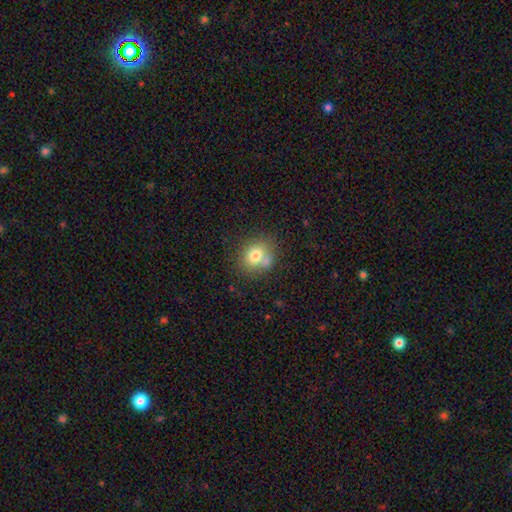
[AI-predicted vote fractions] This is likely a smooth galaxy (75%). How rounded: likely round (66%). Merging: possibly none (57%).